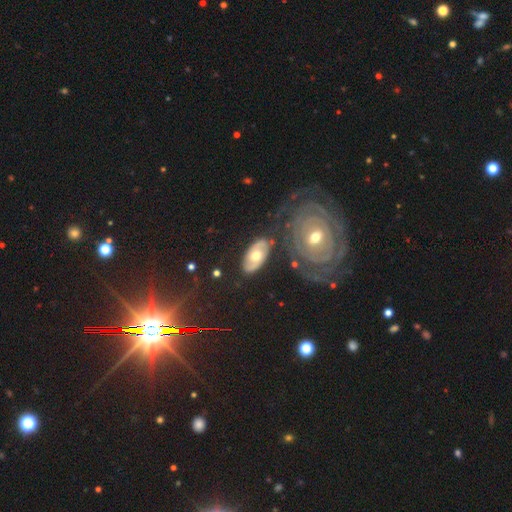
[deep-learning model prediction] Overall: featured or disk (55%; smooth 40%). Edge-on disk: no (91%). Merging: none (77%).